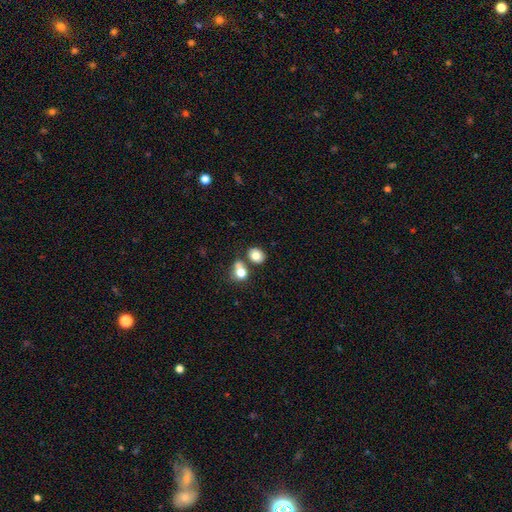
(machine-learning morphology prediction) Smooth or featured: smooth — 79% (star or artifact — 11%)
How rounded: round — 56% (in between — 43%)
Merging: none — 61% (merger — 26%)